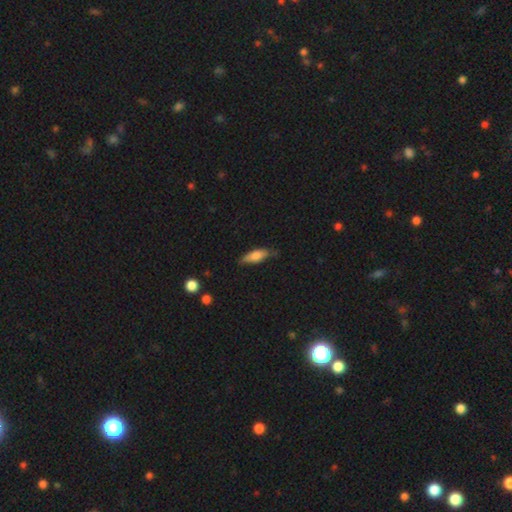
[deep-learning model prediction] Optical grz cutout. It shows a smooth galaxy with no disk features (73%) that is in between round and cigar-shaped (60%). Merging: none (66%).